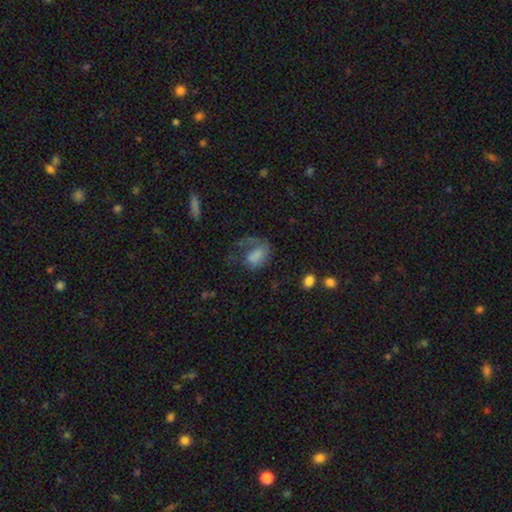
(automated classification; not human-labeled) Smooth or featured: smooth — 62% (featured or disk — 27%)
How rounded: in between — 77% (round — 21%)
Merging: major disturbance — 52% (none — 26%)